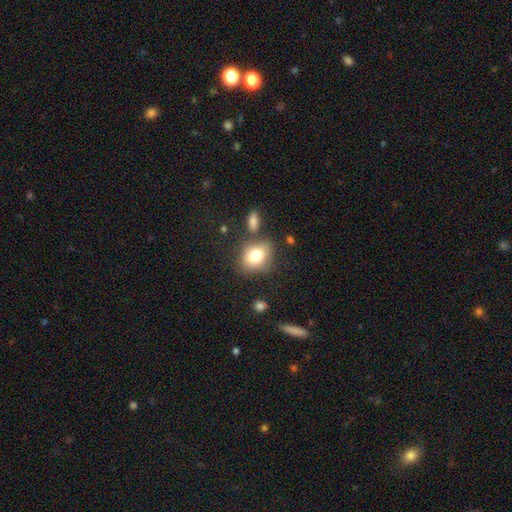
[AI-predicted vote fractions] Morphology: type=smooth (78%); roundness=in between (59%); merging=none (69%).